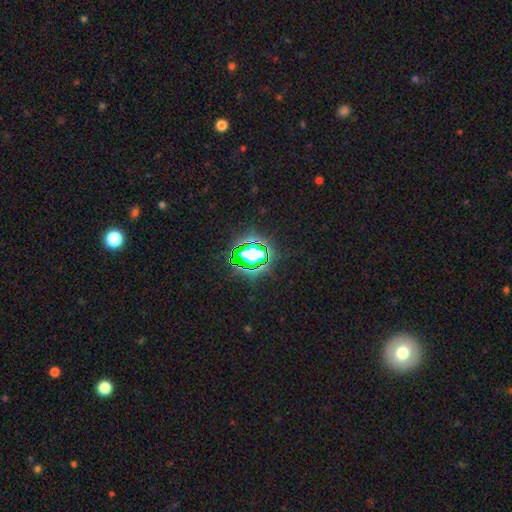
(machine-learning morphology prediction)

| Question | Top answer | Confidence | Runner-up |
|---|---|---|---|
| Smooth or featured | star or artifact | 81% | smooth (12%) |